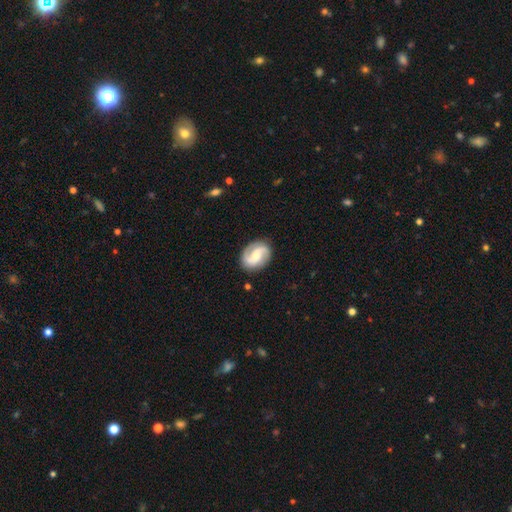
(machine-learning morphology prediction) This is clearly a featured or disk galaxy (81%). It is clearly not viewed edge-on (98%). Bar: marginally weak (44%). Spiral arm pattern: clearly yes (96%). Spiral arm count: clearly 2 (91%). Spiral winding: possibly medium (47%). Central bulge: possibly moderate (49%). Merging: clearly none (84%).